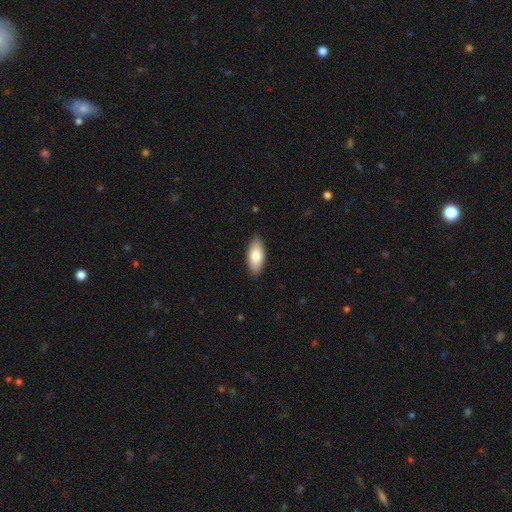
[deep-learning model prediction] smooth 81%, featured or disk 13%, star or artifact 6%. Down the decision tree: how rounded — in between (86%); merging — none (89%).